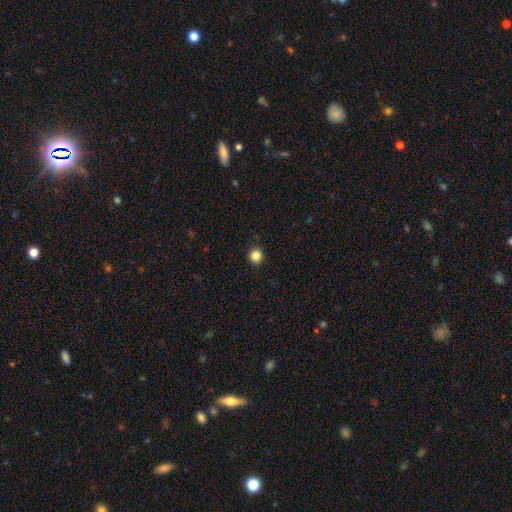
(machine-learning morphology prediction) A smooth galaxy with no disk features (85%) that is round (93%). Merging: none (93%).